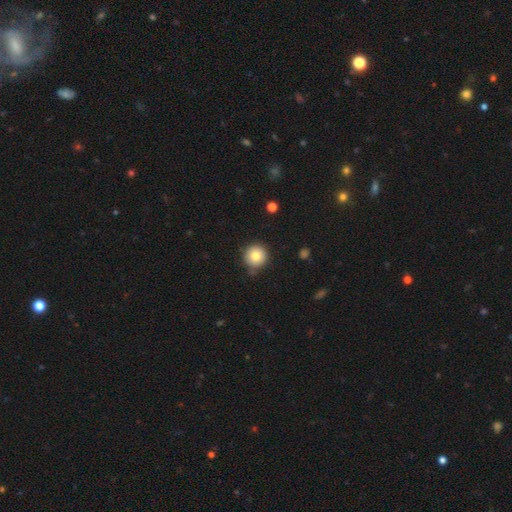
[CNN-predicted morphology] smooth_or_featured: smooth (p=0.82) [alt: star or artifact p=0.10]
how_rounded: round (p=0.95) [alt: in between p=0.04]
merging: none (p=0.83) [alt: minor disturbance p=0.12]